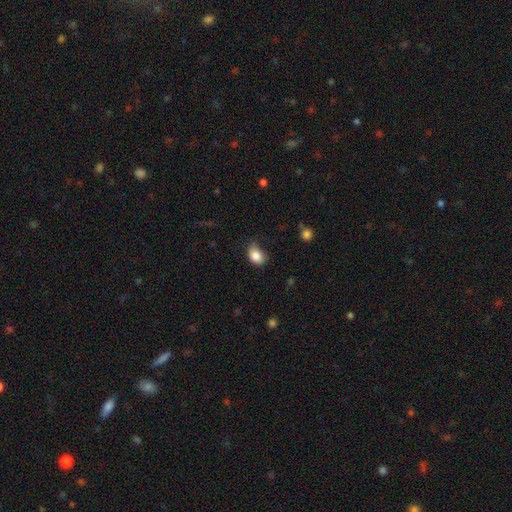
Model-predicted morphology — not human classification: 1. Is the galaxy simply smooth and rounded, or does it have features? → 85% smooth, 9% star or artifact, 6% featured or disk.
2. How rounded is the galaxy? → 65% in between, 34% round, 1% cigar-shaped.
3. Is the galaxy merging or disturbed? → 50% none, 38% minor disturbance, 10% major disturbance, 2% merger.